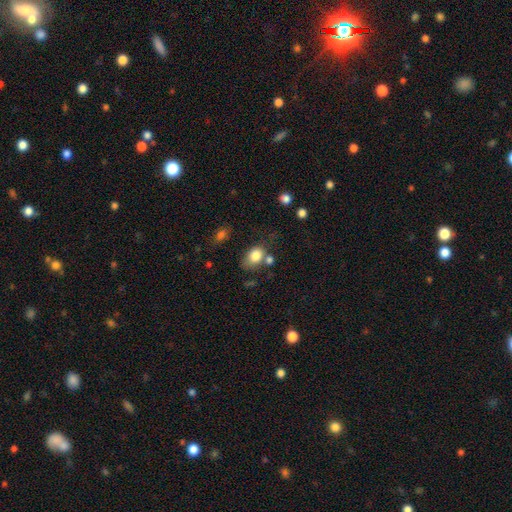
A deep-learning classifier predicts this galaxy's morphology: A smooth galaxy with no disk features (81%) that is in between round and cigar-shaped (75%). Merging: none (51%).